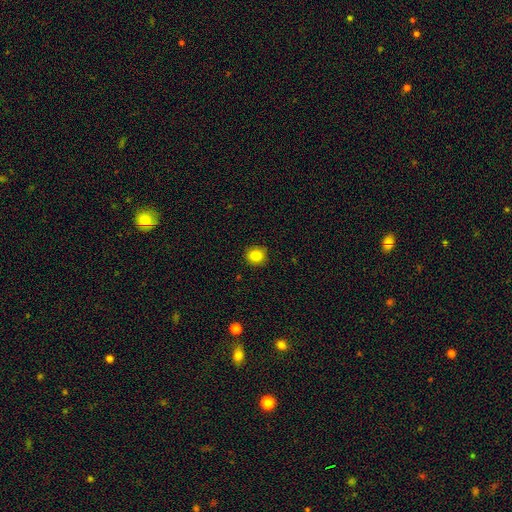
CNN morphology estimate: A smooth galaxy with no disk features (85%) that is round (86%). Merging: none (90%).